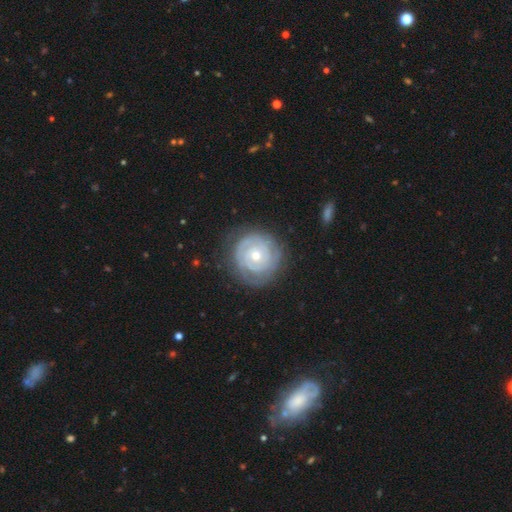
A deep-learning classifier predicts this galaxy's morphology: smooth-or-featured: featured or disk: 85% | smooth: 10% | star or artifact: 5%
  disk-edge-on: no: 98% | yes: 2%
    bar: no: 79% | weak: 16% | strong: 5%
    has-spiral-arms: yes: 94% | no: 6%
      spiral-winding: tight: 87% | medium: 10% | loose: 3%
      spiral-arm-count: 2: 36% | can't tell: 27% | 3: 18% | 4: 7% | 1: 6% | more than 4: 5%
    bulge-size: small: 52% | moderate: 45% | large: 2% | none: 1% | dominant: 1%
  merging: none: 81% | minor disturbance: 13% | major disturbance: 5% | merger: 1%